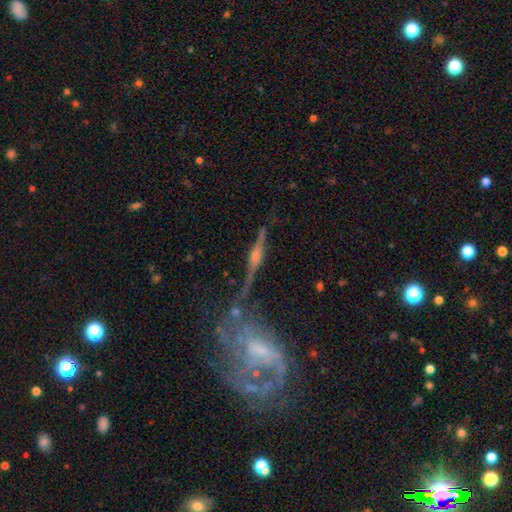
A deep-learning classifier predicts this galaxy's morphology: smooth_or_featured: featured or disk (p=0.77) [alt: smooth p=0.13]
disk_edge_on: yes (p=0.89) [alt: no p=0.11]
edge_on_bulge: rounded (p=0.81) [alt: boxy p=0.11]
merging: none (p=0.62) [alt: minor disturbance p=0.17]